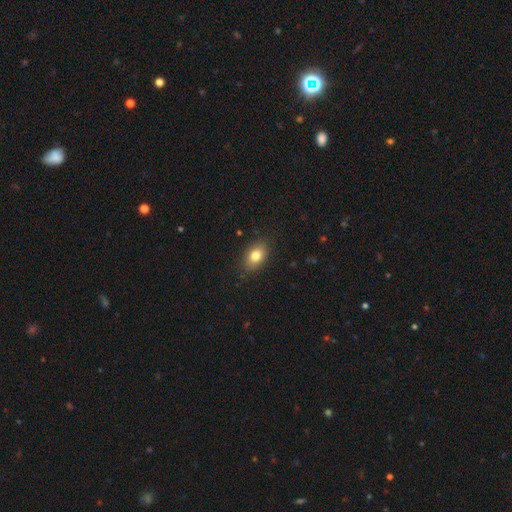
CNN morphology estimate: A smooth galaxy with no disk features (79%) that is in between round and cigar-shaped (85%). Merging: none (87%).